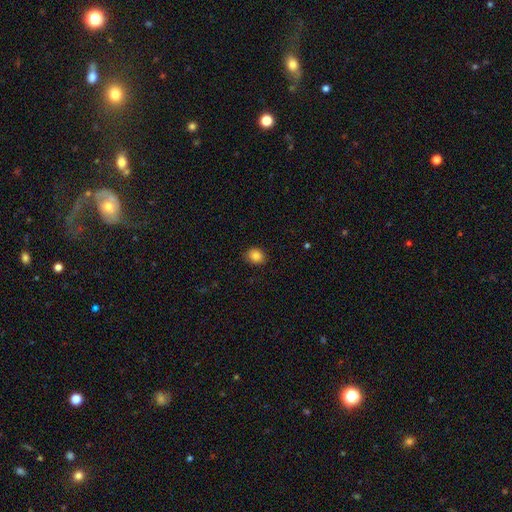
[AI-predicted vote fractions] Smooth or featured?
  - smooth: 83% *
  - star or artifact: 10%
  - featured or disk: 7%
How rounded?
  - round: 62% *
  - in between: 37%
  - cigar-shaped: 1%
Merging?
  - none: 86% *
  - minor disturbance: 11%
  - major disturbance: 2%
  - merger: 1%